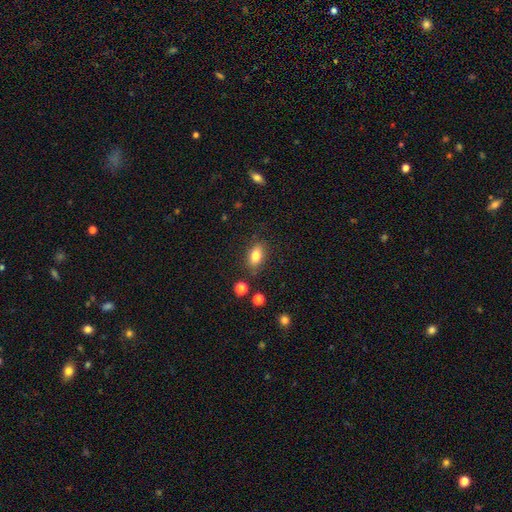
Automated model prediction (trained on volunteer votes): The model was most divided on "smooth or featured": smooth: 80%, featured or disk: 11%, star or artifact: 10%. More confident: how rounded — in between (84%); merging — none (83%).